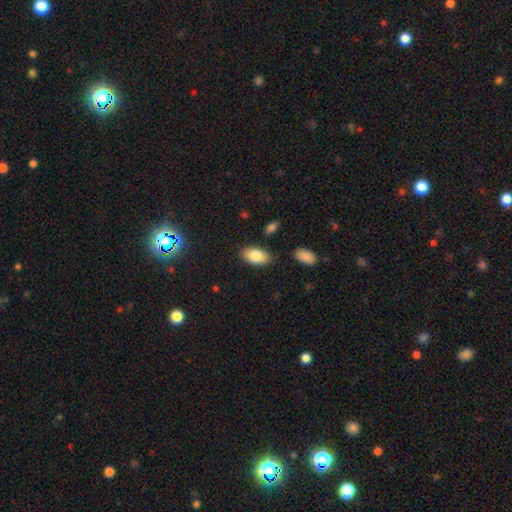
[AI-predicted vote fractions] The model was most divided on "merging": none: 83%, minor disturbance: 12%, merger: 3%, major disturbance: 3%. More confident: how rounded — in between (94%); smooth or featured — smooth (84%).